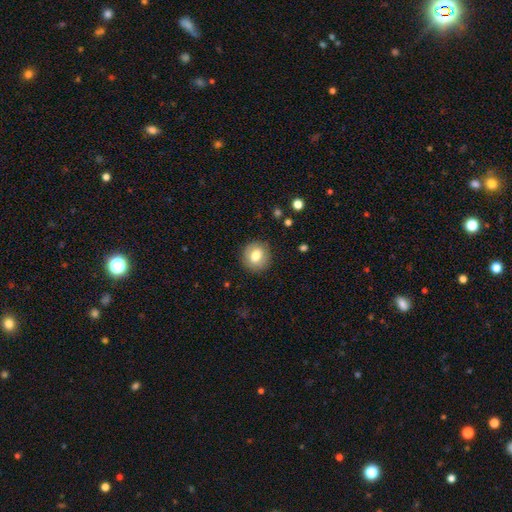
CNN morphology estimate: smooth_or_featured: smooth (p=0.77) [alt: featured or disk p=0.15]
how_rounded: round (p=0.82) [alt: in between p=0.17]
merging: none (p=0.88) [alt: minor disturbance p=0.09]